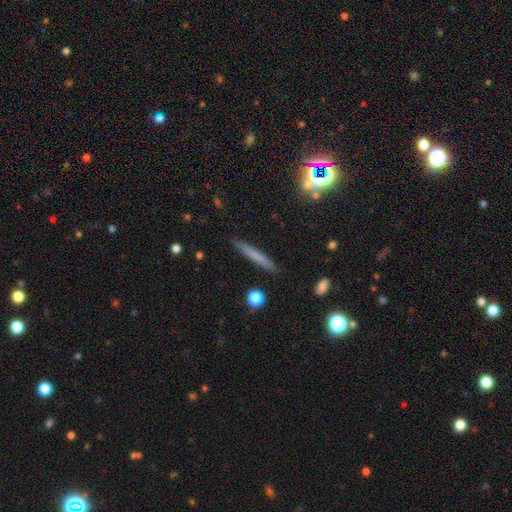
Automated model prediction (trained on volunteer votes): Smooth or featured?
  - smooth: 65% *
  - featured or disk: 25%
  - star or artifact: 10%
How rounded?
  - cigar-shaped: 95% *
  - in between: 3%
  - round: 2%
Merging?
  - none: 90% *
  - minor disturbance: 7%
  - major disturbance: 2%
  - merger: 1%